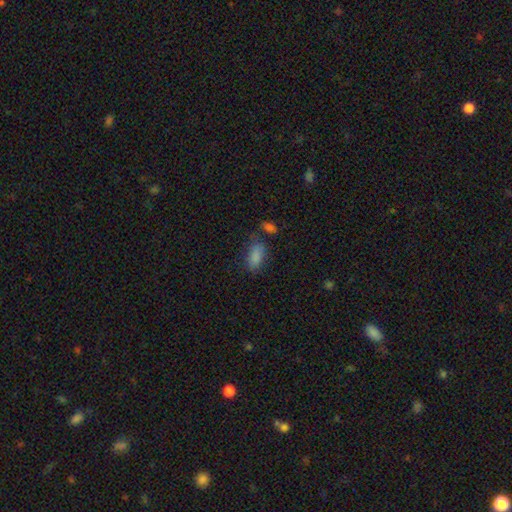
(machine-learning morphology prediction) A smooth galaxy with no disk features (85%) that is in between round and cigar-shaped (90%).

Vote fractions:
- Smooth or featured? smooth: 85% / star or artifact: 9% / featured or disk: 6%
- How rounded? in between: 90% / cigar-shaped: 6% / round: 4%
- Merging? none: 63% / minor disturbance: 20% / merger: 9% / major disturbance: 8%